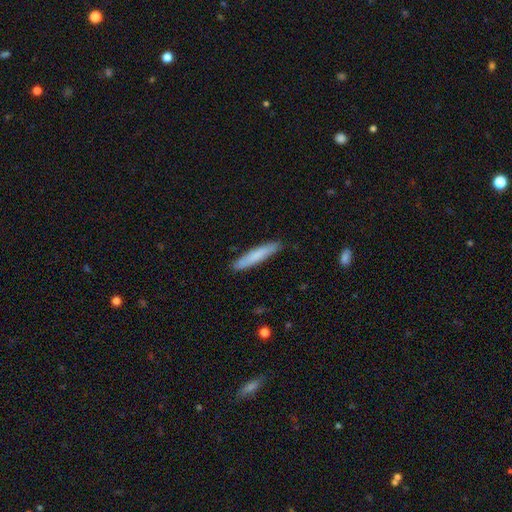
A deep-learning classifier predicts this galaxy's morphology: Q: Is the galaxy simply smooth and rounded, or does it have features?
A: smooth — 77%.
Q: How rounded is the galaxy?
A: cigar-shaped — 90%.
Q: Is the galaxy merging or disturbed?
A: none — 87%.